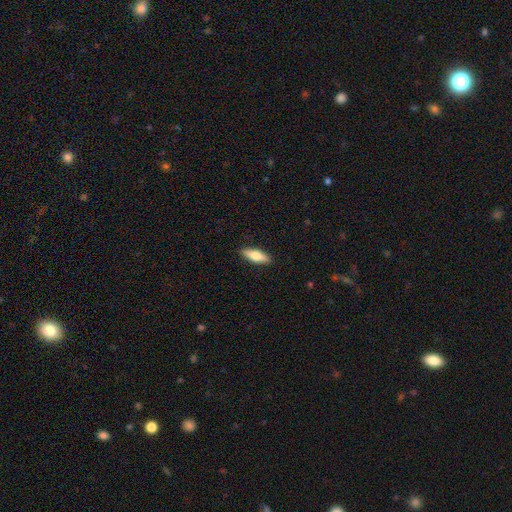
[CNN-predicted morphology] This appears to be a smooth galaxy with no disk features (69%) that is in between round and cigar-shaped (53%). Merging: none (89%).